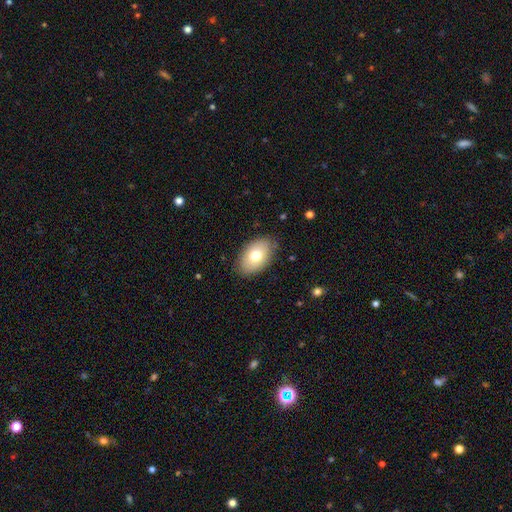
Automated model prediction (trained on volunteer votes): Q: Smooth or featured?
A: smooth (73%); runner-up: featured or disk (19%)
Q: How rounded?
A: in between (89%); runner-up: round (10%)
Q: Merging?
A: none (83%); runner-up: minor disturbance (13%)